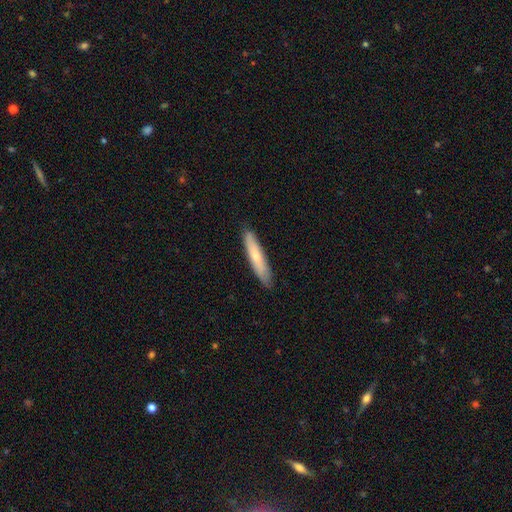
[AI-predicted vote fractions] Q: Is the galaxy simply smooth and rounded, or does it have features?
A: smooth — 67%.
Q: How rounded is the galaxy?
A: cigar-shaped — 89%.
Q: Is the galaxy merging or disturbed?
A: none — 87%.